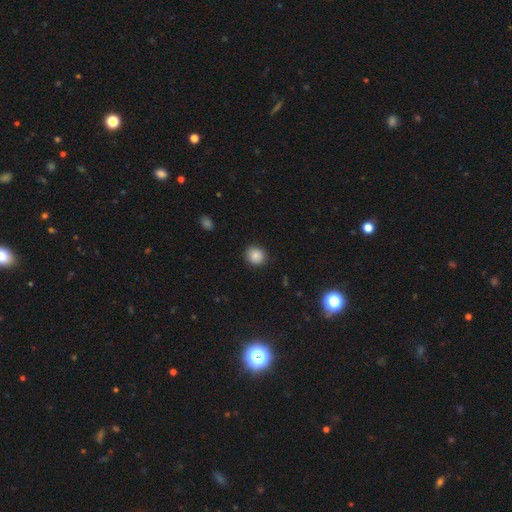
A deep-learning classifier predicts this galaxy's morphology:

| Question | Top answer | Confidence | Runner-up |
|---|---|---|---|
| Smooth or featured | smooth | 87% | star or artifact (10%) |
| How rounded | round | 84% | in between (15%) |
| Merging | none | 88% | minor disturbance (9%) |